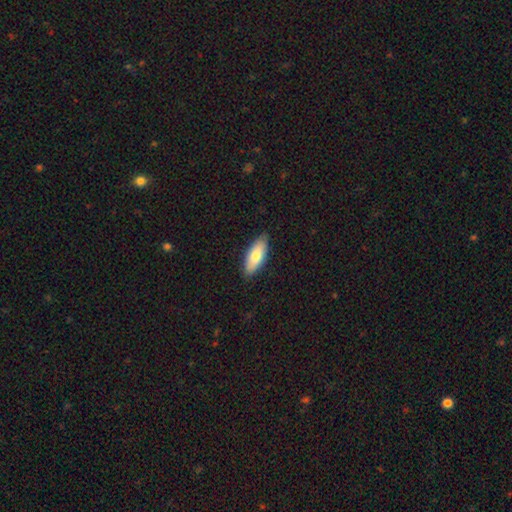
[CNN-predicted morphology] Smooth or featured? smooth (77%)
How rounded? in between (78%)
Merging? none (86%)